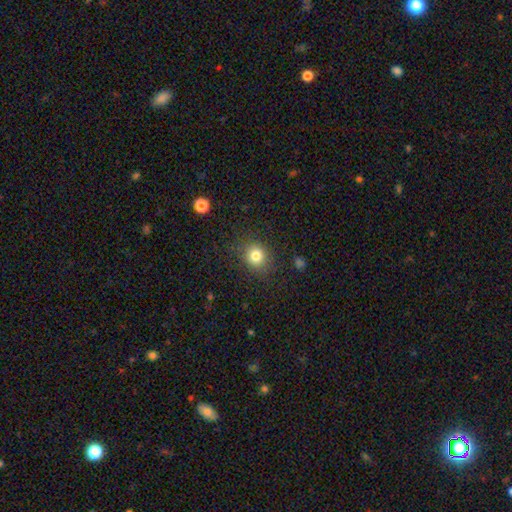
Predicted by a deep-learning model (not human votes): Smooth or featured?
  - smooth: 81% *
  - star or artifact: 12%
  - featured or disk: 7%
How rounded?
  - round: 79% *
  - in between: 20%
  - cigar-shaped: 1%
Merging?
  - none: 85% *
  - minor disturbance: 10%
  - major disturbance: 4%
  - merger: 1%